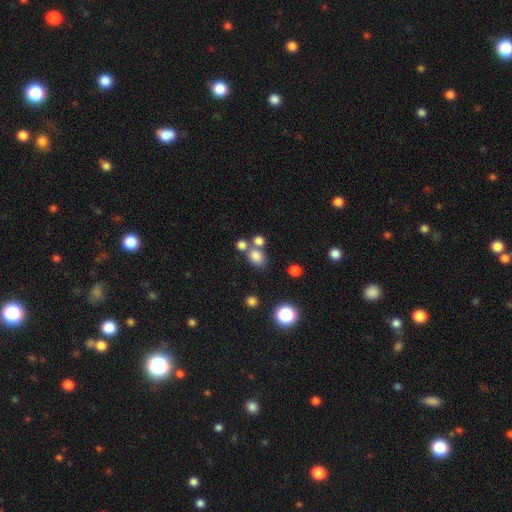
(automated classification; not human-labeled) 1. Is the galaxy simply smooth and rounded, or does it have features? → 78% smooth, 14% star or artifact, 8% featured or disk.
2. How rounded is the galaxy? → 52% in between, 47% round, 1% cigar-shaped.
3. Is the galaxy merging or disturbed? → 52% none, 32% merger, 11% minor disturbance, 5% major disturbance.